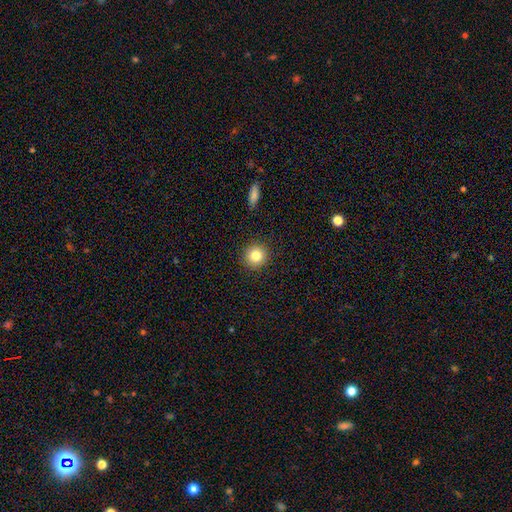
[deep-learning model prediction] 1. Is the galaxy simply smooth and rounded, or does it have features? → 82% smooth, 10% star or artifact, 8% featured or disk.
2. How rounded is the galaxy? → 92% round, 7% in between, 1% cigar-shaped.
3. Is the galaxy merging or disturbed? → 91% none, 6% minor disturbance, 2% major disturbance, 1% merger.